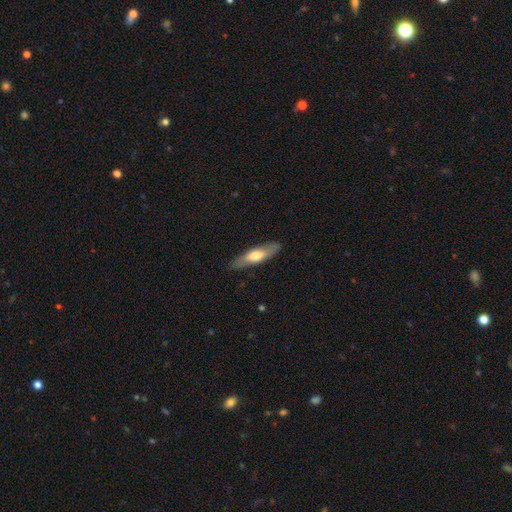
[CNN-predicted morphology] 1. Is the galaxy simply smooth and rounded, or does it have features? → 53% smooth, 42% featured or disk, 5% star or artifact.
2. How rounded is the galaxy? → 65% cigar-shaped, 33% in between, 2% round.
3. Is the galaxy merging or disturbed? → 85% none, 12% minor disturbance, 3% major disturbance, 1% merger.